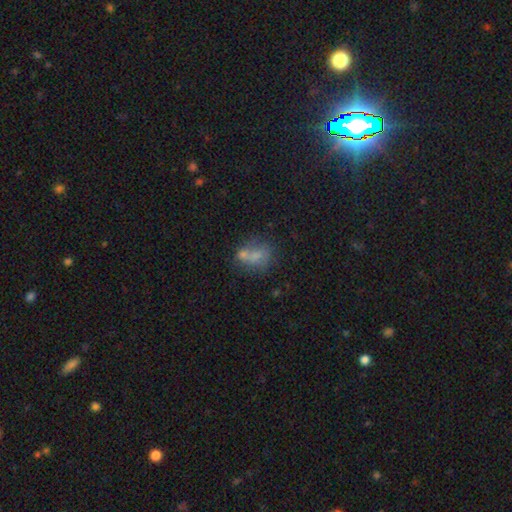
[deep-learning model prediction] smooth 58%, featured or disk 28%, star or artifact 13%. Down the decision tree: how rounded — in between (62%); merging — merger (44%).